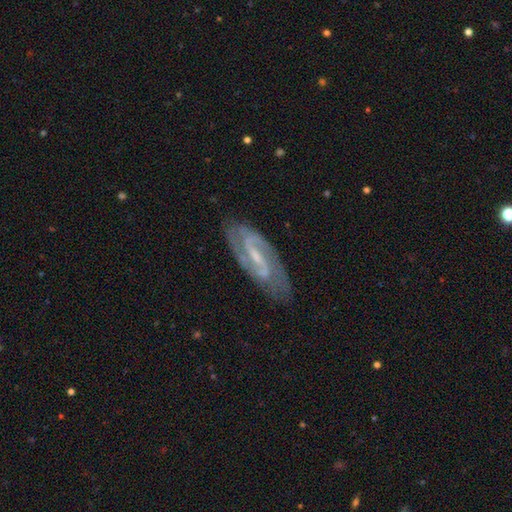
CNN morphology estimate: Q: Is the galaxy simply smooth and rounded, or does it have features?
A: featured or disk — 87%.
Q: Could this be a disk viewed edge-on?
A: no — 92%.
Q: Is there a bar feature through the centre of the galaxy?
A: strong — 44%.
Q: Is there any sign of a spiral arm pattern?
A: yes — 95%.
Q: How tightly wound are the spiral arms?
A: medium — 50%.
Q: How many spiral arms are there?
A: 2 — 89%.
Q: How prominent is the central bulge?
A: small — 59%.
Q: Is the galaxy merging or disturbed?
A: none — 80%.